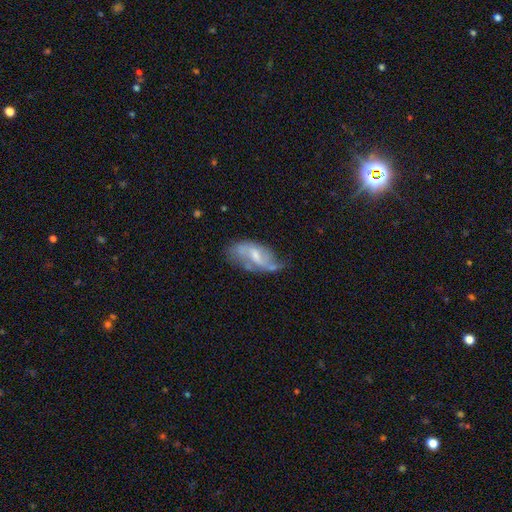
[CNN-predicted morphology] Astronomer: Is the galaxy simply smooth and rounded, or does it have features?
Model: featured or disk — 67%.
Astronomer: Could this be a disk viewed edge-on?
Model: no — 95%.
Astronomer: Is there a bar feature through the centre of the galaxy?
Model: weak — 52% (runner-up: no, 31%).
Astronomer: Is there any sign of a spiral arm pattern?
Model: yes — 76%.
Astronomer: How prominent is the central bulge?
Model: moderate — 42% (runner-up: small, 39%).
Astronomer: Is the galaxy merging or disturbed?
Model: none — 37% (runner-up: minor disturbance, 32%).